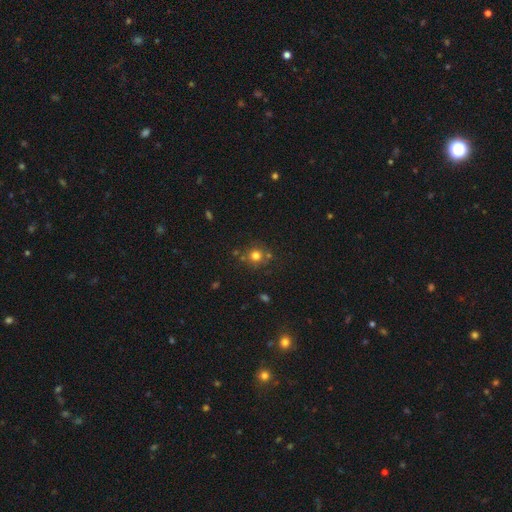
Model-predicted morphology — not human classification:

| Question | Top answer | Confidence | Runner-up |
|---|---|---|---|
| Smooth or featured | smooth | 75% | star or artifact (15%) |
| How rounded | round | 89% | in between (10%) |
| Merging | none | 73% | minor disturbance (12%) |